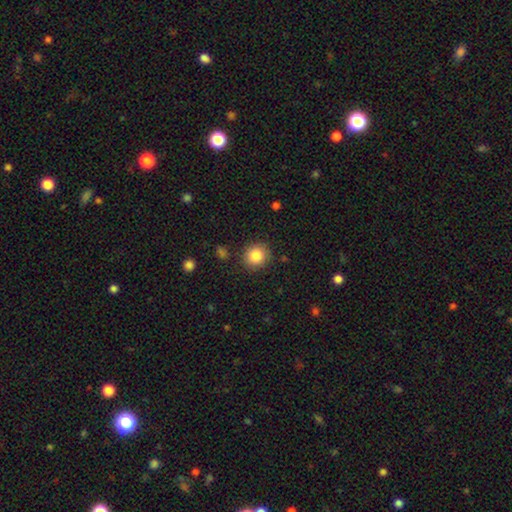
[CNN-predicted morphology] smooth_or_featured: smooth (p=0.85) [alt: star or artifact p=0.09]
how_rounded: round (p=0.87) [alt: in between p=0.12]
merging: none (p=0.87) [alt: minor disturbance p=0.09]